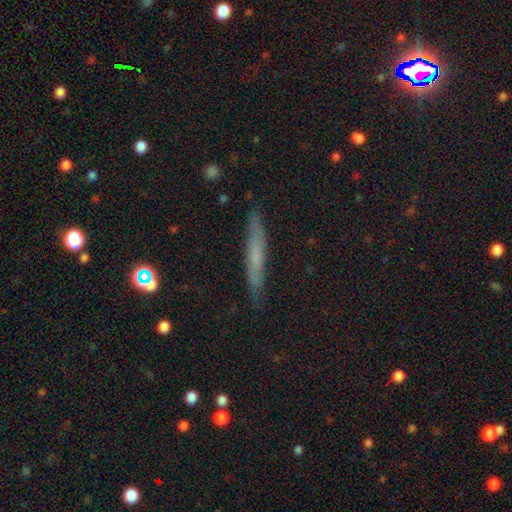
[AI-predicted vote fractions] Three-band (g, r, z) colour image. It shows a smooth galaxy with no disk features (49%). Merging: none (87%).